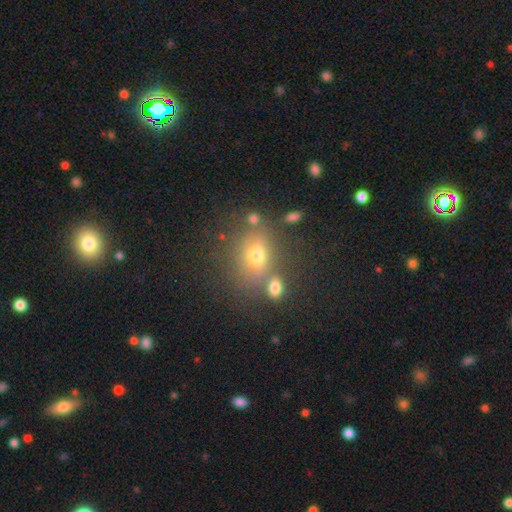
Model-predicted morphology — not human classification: A smooth galaxy with no disk features (59%) that is in between round and cigar-shaped (62%).

Vote fractions:
- Smooth or featured? smooth: 59% / featured or disk: 23% / star or artifact: 18%
- How rounded? in between: 62% / round: 34% / cigar-shaped: 4%
- Merging? none: 61% / merger: 17% / minor disturbance: 15% / major disturbance: 7%